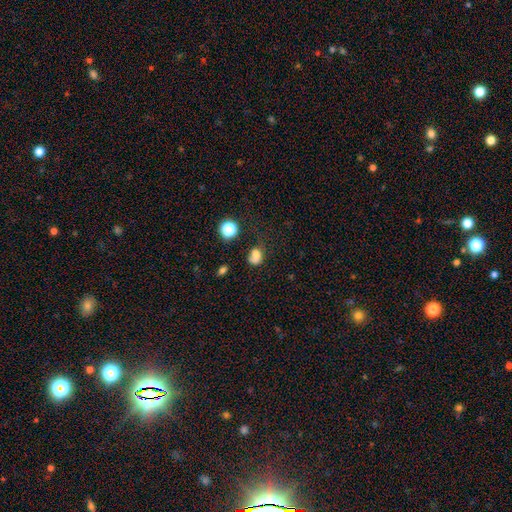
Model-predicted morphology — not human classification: smooth_or_featured: smooth (p=0.74) [alt: star or artifact p=0.16]
how_rounded: in between (p=0.51) [alt: round p=0.47]
merging: none (p=0.41) [alt: minor disturbance p=0.27]